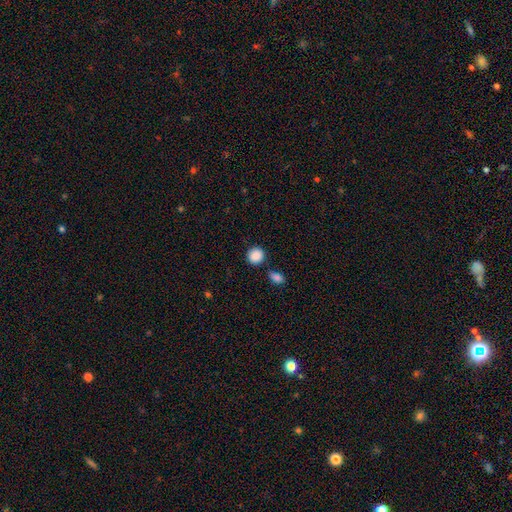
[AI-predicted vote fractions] Smooth or featured?
  - smooth: 89% *
  - star or artifact: 8%
  - featured or disk: 3%
How rounded?
  - round: 89% *
  - in between: 10%
  - cigar-shaped: 1%
Merging?
  - none: 82% *
  - minor disturbance: 9%
  - merger: 6%
  - major disturbance: 3%